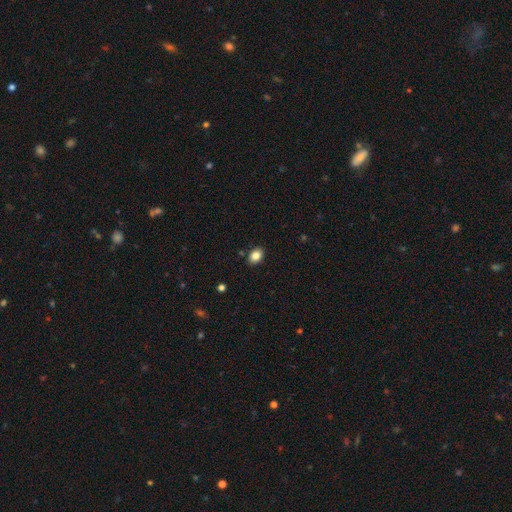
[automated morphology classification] This appears to be a smooth galaxy with no disk features (84%) that is in between round and cigar-shaped (76%). Merging: none (88%).